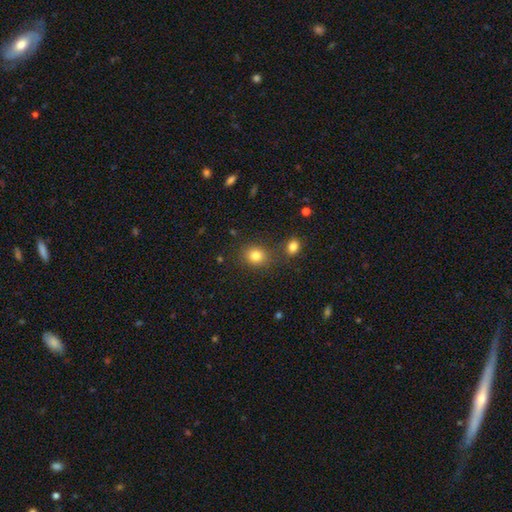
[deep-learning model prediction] Morphology: type=smooth (82%); roundness=round (67%); merging=none (78%).